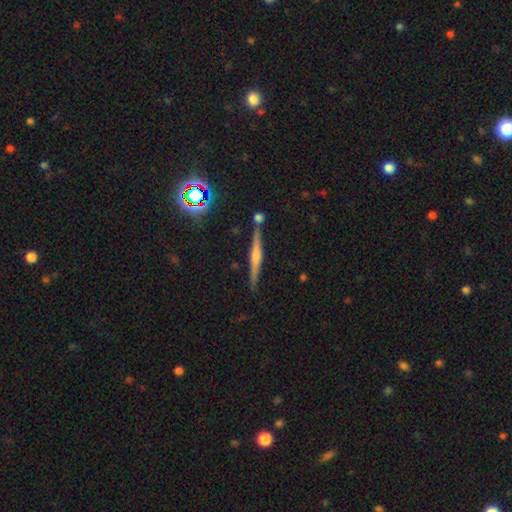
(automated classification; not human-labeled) Overall: featured or disk (70%). Edge-on disk: yes (98%). Edge-on bulge: rounded (74%). Merging: none (87%).